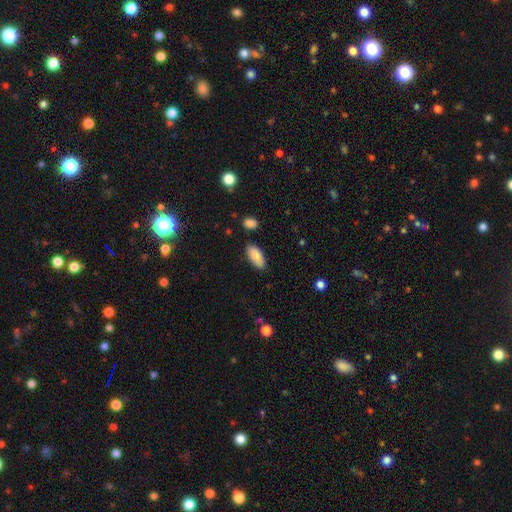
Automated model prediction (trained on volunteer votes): smooth 87%, featured or disk 7%, star or artifact 6%. Down the decision tree: how rounded — in between (89%); merging — none (83%).